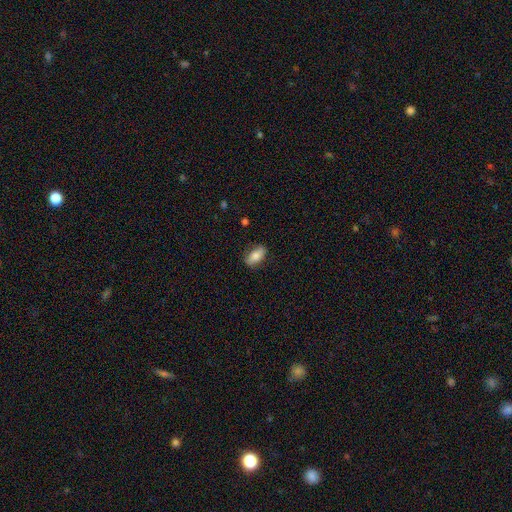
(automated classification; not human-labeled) This is likely a smooth galaxy (77%). How rounded: clearly in between (88%). Merging: clearly none (82%).